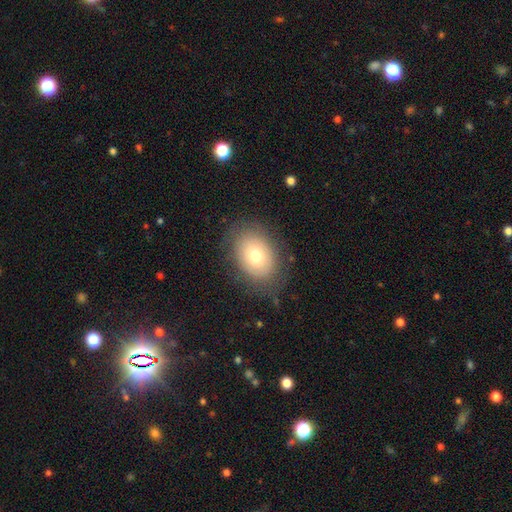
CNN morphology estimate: smooth_or_featured: smooth (p=0.69) [alt: featured or disk p=0.21]
how_rounded: in between (p=0.72) [alt: round p=0.27]
merging: none (p=0.78) [alt: minor disturbance p=0.15]